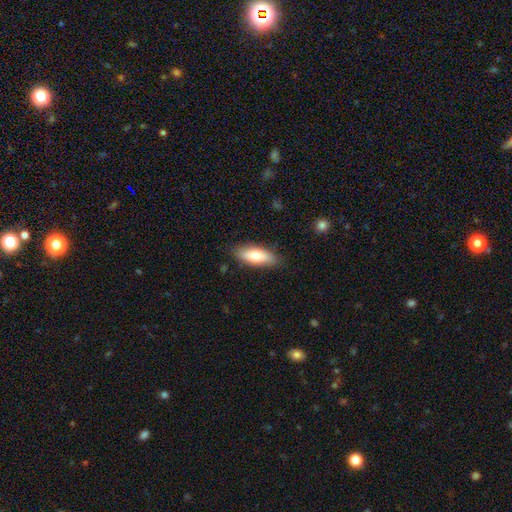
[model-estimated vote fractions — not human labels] Morphology: type=smooth (71%); roundness=in between (71%); merging=none (85%).